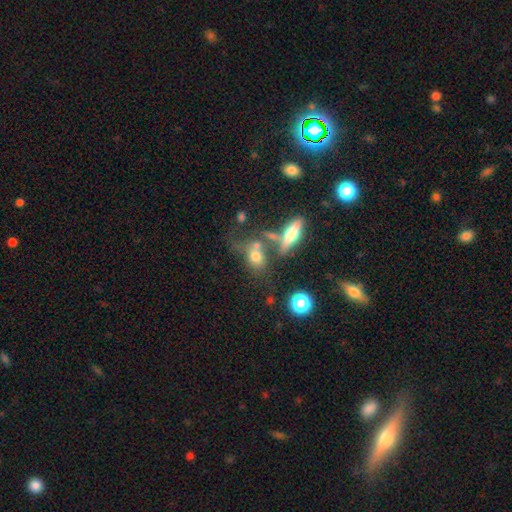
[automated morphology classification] The model was most divided on "merging": none: 41%, merger: 33%, minor disturbance: 15%, major disturbance: 11%. More confident: smooth or featured — smooth (63%); how rounded — in between (53%).